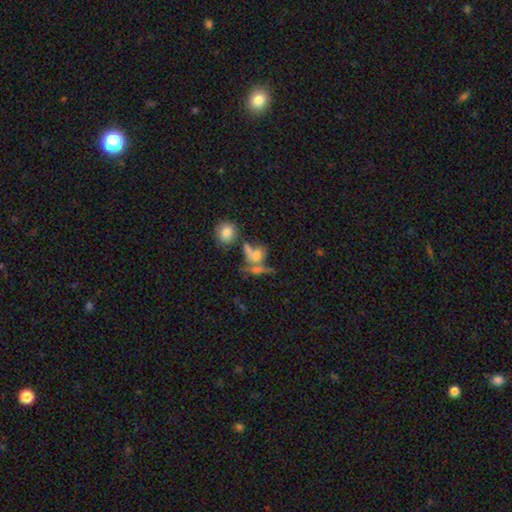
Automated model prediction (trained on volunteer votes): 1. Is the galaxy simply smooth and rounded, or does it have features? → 48% smooth, 33% featured or disk, 19% star or artifact.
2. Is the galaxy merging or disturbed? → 41% none, 36% merger, 12% minor disturbance, 11% major disturbance.